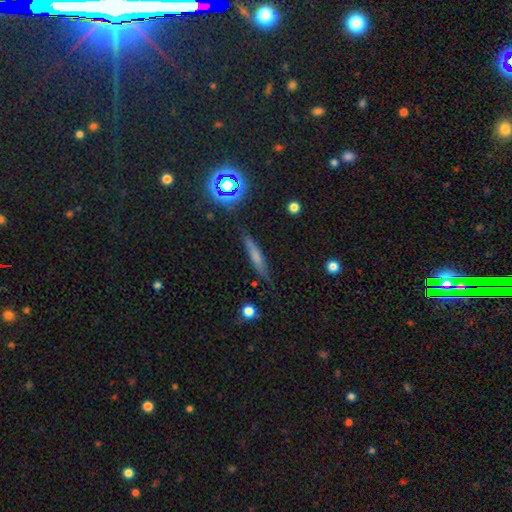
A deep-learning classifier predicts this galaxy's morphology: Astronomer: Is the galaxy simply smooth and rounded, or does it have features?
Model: smooth — 51% (runner-up: featured or disk, 36%).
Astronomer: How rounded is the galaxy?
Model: cigar-shaped — 86%.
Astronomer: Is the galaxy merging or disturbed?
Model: none — 79%.